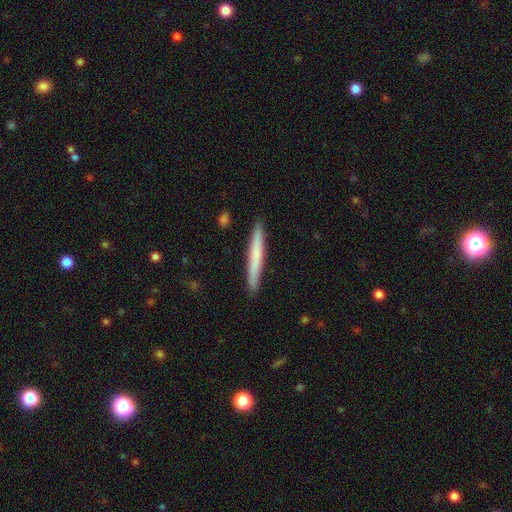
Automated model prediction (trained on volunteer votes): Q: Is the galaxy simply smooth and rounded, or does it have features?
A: smooth — 65%.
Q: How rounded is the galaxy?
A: cigar-shaped — 97%.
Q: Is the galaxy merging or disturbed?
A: none — 90%.